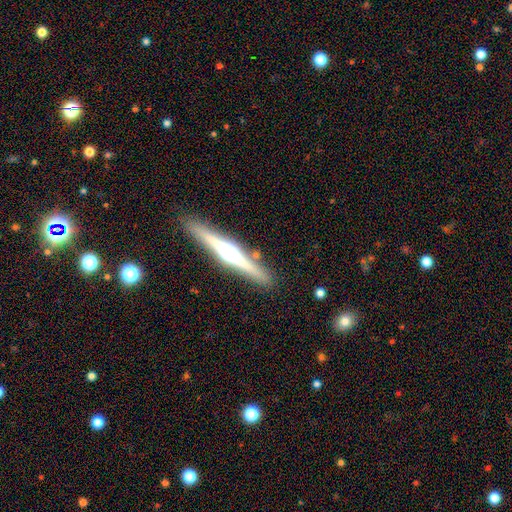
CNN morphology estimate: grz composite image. It shows a featured or disk galaxy (77%) viewed edge-on (98%) with a rounded central bulge (89%). Merging: none (89%).